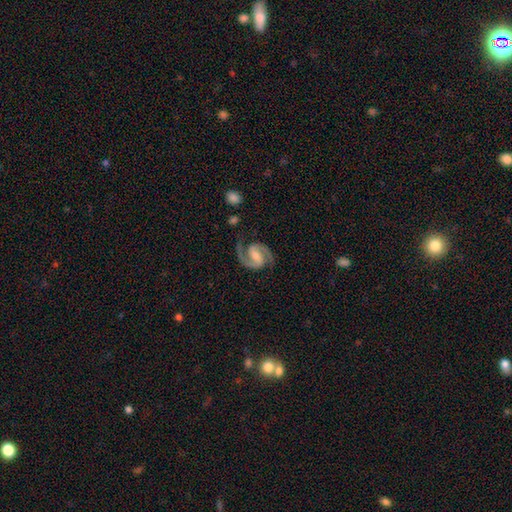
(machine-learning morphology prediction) The model was most divided on "bar": weak: 45%, strong: 39%, no: 16%. Remaining: spiral arms — yes (98%); edge-on disk — no (98%); spiral arm count — 2 (94%); smooth or featured — featured or disk (92%); merging — none (81%); spiral winding — medium (62%); bulge size — moderate (42%).